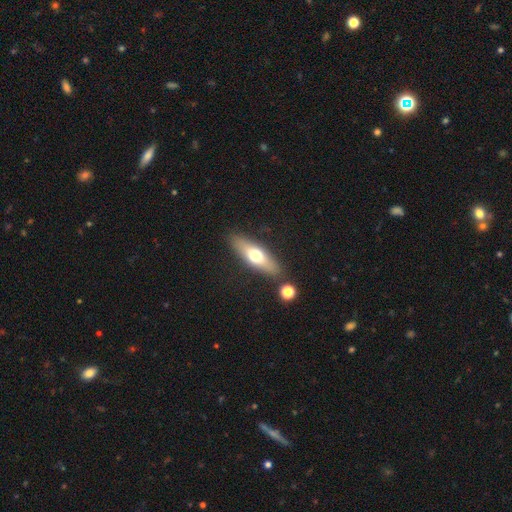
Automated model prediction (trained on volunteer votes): smooth_or_featured: smooth (p=0.57) [alt: featured or disk p=0.36]
how_rounded: cigar-shaped (p=0.52) [alt: in between p=0.45]
merging: none (p=0.83) [alt: minor disturbance p=0.10]